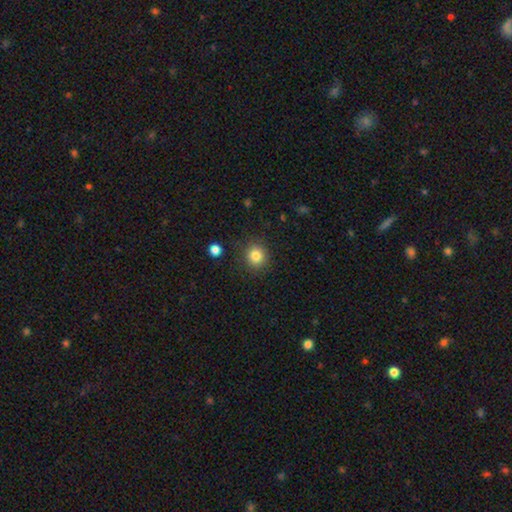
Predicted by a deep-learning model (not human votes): Morphology: type=smooth (83%); roundness=round (87%); merging=none (87%).